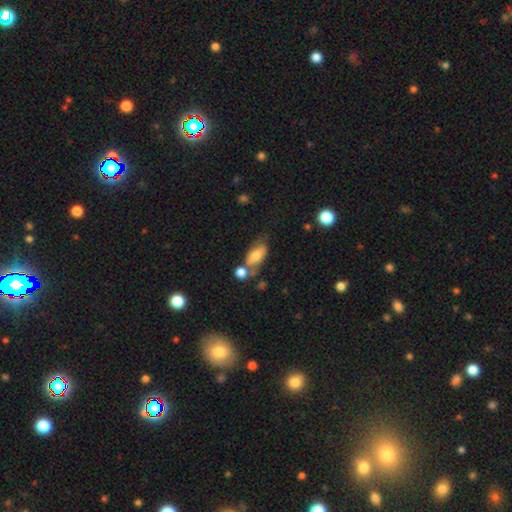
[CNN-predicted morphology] Q: Smooth or featured?
A: smooth (62%); runner-up: featured or disk (30%)
Q: How rounded?
A: in between (87%); runner-up: cigar-shaped (7%)
Q: Merging?
A: none (44%); runner-up: merger (27%)